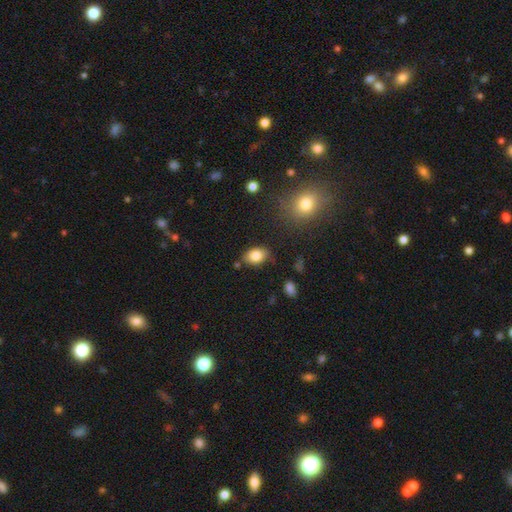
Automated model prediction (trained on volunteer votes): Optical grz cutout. It shows a smooth galaxy with no disk features (83%) that is in between round and cigar-shaped (81%). Merging: none (80%).